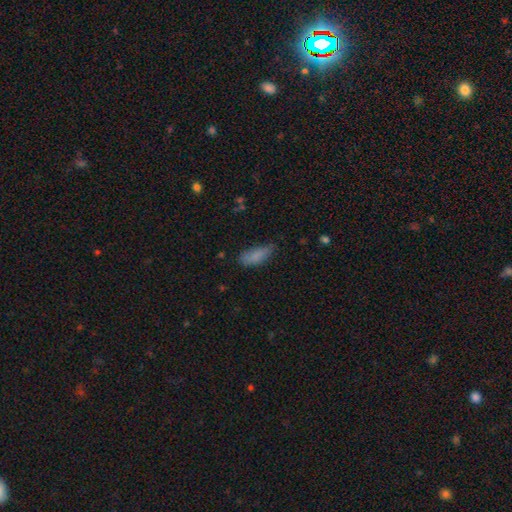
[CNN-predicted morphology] Smooth or featured? Predicted: smooth (p=0.84). How rounded? Predicted: in between (p=0.76). Merging? Predicted: none (p=0.64).